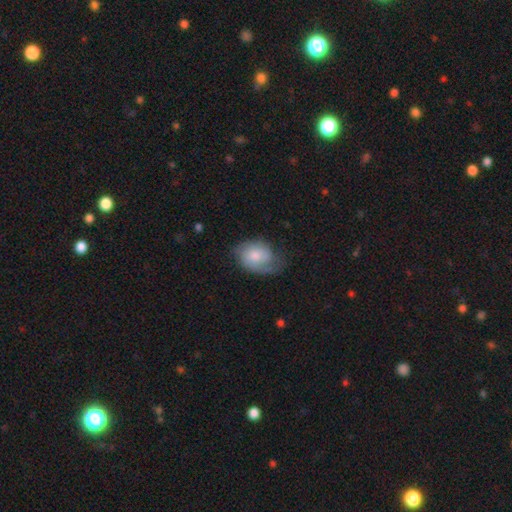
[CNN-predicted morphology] Smooth or featured?
  - smooth: 48% *
  - featured or disk: 45%
  - star or artifact: 7%
Merging?
  - none: 48% *
  - minor disturbance: 30%
  - major disturbance: 21%
  - merger: 2%